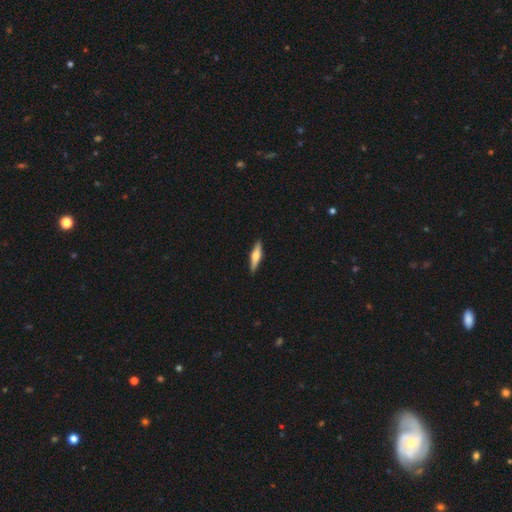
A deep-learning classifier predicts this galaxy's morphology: Smooth or featured? featured or disk (55%)
Edge-on disk? yes (96%)
Edge-on bulge? rounded (93%)
Merging? none (91%)